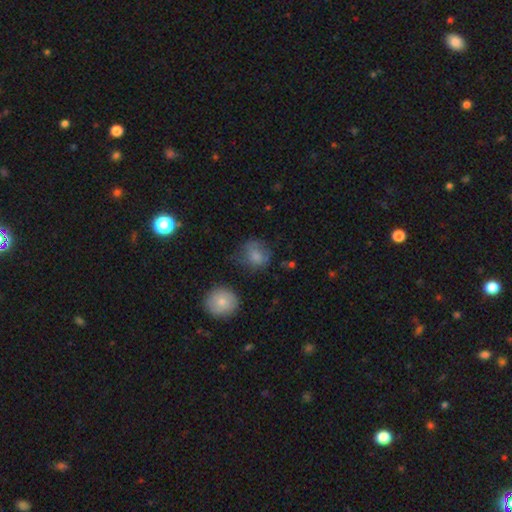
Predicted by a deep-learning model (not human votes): smooth-or-featured: smooth: 75% | featured or disk: 15% | star or artifact: 10%
  how-rounded: round: 68% | in between: 31% | cigar-shaped: 1%
  merging: none: 51% | minor disturbance: 27% | major disturbance: 18% | merger: 4%